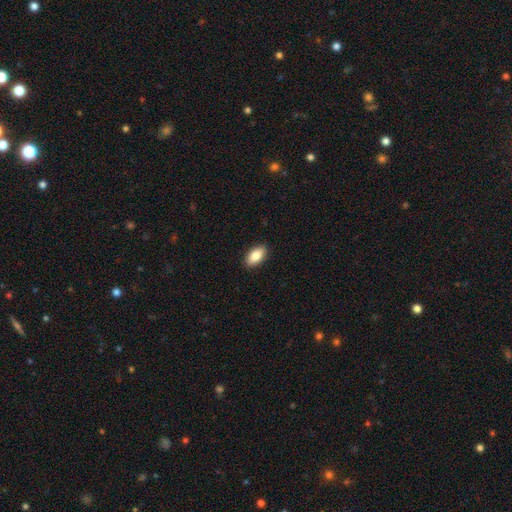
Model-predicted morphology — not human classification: smooth_or_featured: smooth (p=0.85) [alt: featured or disk p=0.08]
how_rounded: in between (p=0.92) [alt: cigar-shaped p=0.04]
merging: none (p=0.91) [alt: minor disturbance p=0.07]